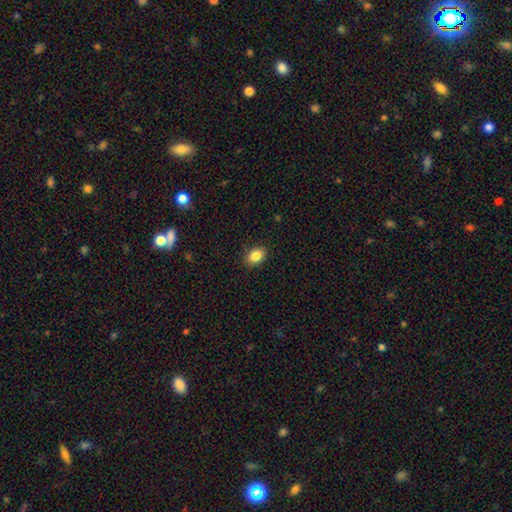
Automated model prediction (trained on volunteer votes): smooth 86%, star or artifact 9%, featured or disk 5%. Down the decision tree: how rounded — in between (78%); merging — none (88%).